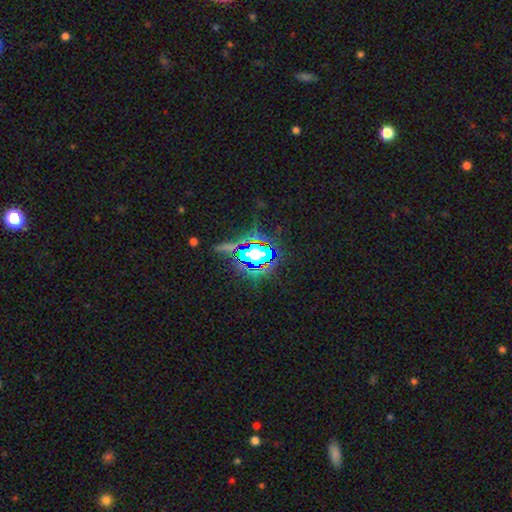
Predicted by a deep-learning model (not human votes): Overall: star or artifact (80%).